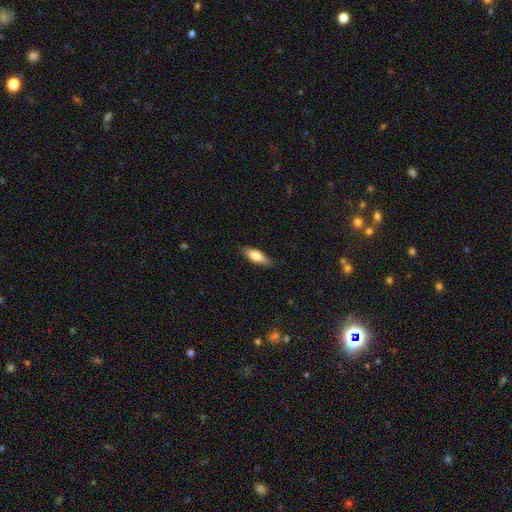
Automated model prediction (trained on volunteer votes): smooth 77%, featured or disk 17%, star or artifact 6%. Down the decision tree: how rounded — in between (66%); merging — none (83%).